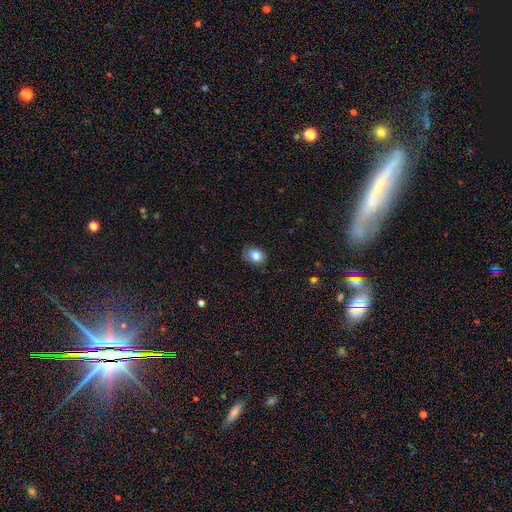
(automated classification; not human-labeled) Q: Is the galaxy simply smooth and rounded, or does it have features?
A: smooth — 83%.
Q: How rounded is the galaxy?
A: in between — 53%.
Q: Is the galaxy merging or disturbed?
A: none — 73%.